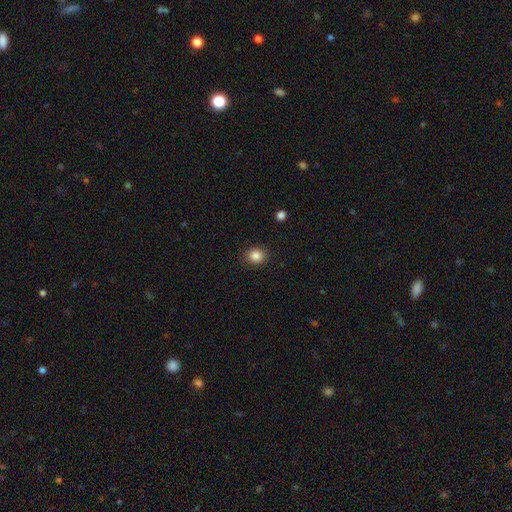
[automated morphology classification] smooth_or_featured: smooth (p=0.86) [alt: star or artifact p=0.10]
how_rounded: round (p=0.75) [alt: in between p=0.24]
merging: none (p=0.90) [alt: minor disturbance p=0.07]